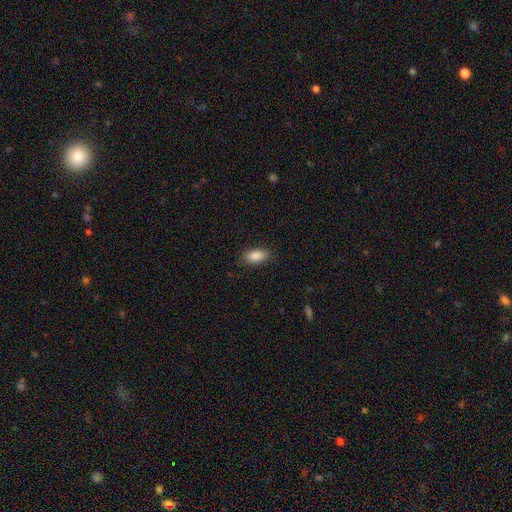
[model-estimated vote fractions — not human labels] Morphology: type=smooth (88%); roundness=in between (90%); merging=none (86%).